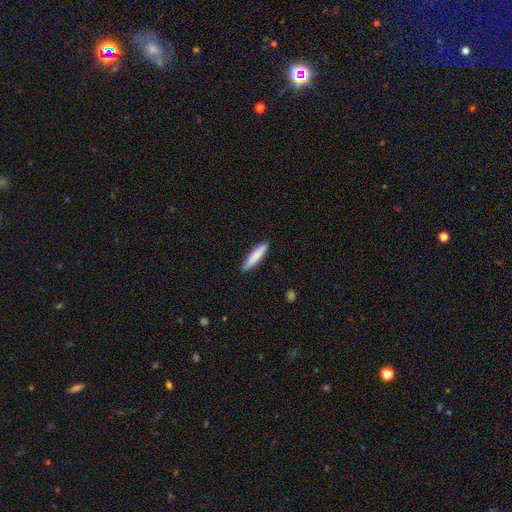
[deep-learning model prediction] smooth-or-featured: smooth: 82% | featured or disk: 13% | star or artifact: 5%
  how-rounded: cigar-shaped: 87% | in between: 11% | round: 1%
  merging: none: 89% | minor disturbance: 8% | major disturbance: 2% | merger: 1%